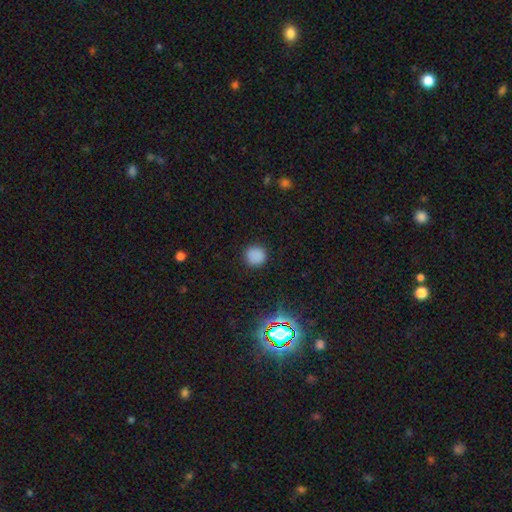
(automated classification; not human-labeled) Morphology: type=smooth (81%); roundness=round (94%); merging=none (89%).